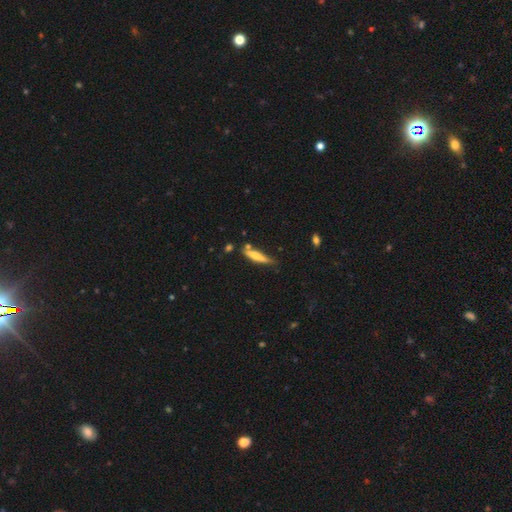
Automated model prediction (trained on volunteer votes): Q: Smooth or featured?
A: smooth (57%); runner-up: featured or disk (37%)
Q: How rounded?
A: cigar-shaped (84%); runner-up: in between (14%)
Q: Merging?
A: none (59%); runner-up: minor disturbance (25%)